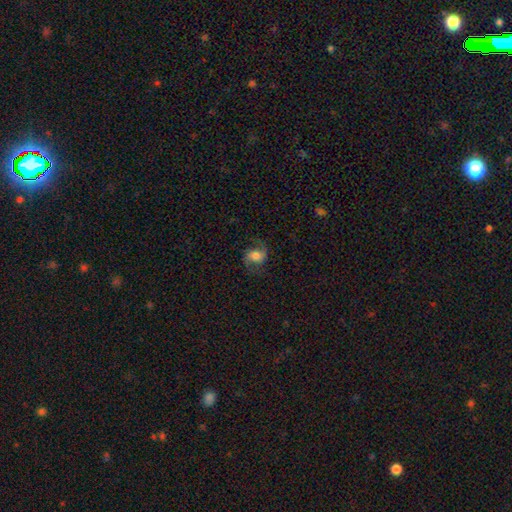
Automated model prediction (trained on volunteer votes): Overall: featured or disk (65%; smooth 26%). Edge-on disk: no (97%). Bar: no (57%; weak 32%). Spiral arms: yes (93%). Spiral arm count: 2 (91%). Spiral winding: loose (47%; medium 43%). Bulge size: moderate (57%; large 22%). Merging: none (76%).